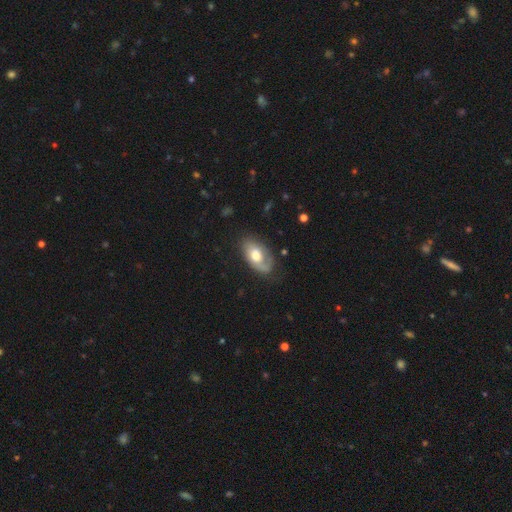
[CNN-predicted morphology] Smooth or featured? smooth (49%)
Merging? none (58%)